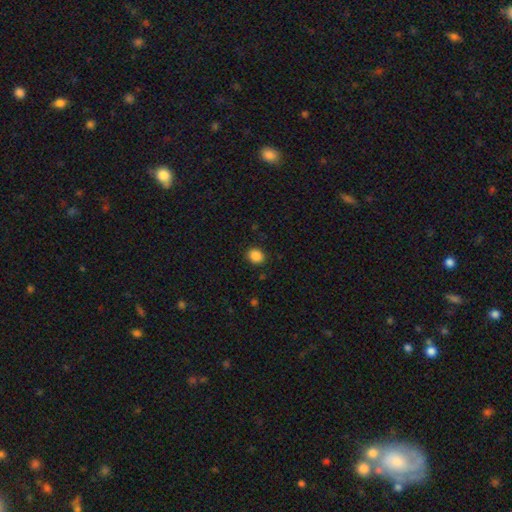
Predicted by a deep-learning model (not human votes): smooth 87%, star or artifact 10%, featured or disk 3%. Down the decision tree: how rounded — round (69%); merging — none (89%).